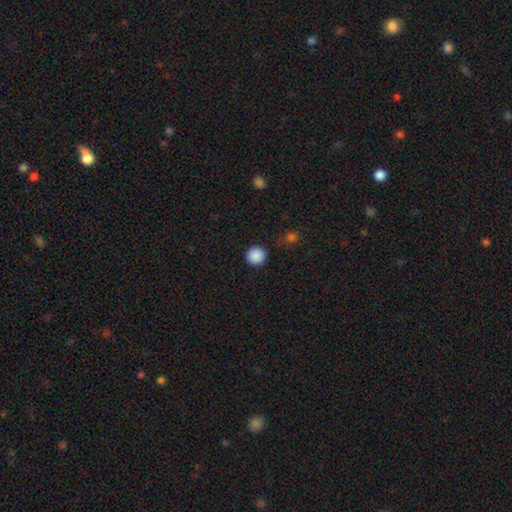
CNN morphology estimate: Smooth or featured?
  - smooth: 89% *
  - star or artifact: 9%
  - featured or disk: 2%
How rounded?
  - round: 95% *
  - in between: 4%
  - cigar-shaped: 1%
Merging?
  - none: 91% *
  - minor disturbance: 6%
  - major disturbance: 2%
  - merger: 1%